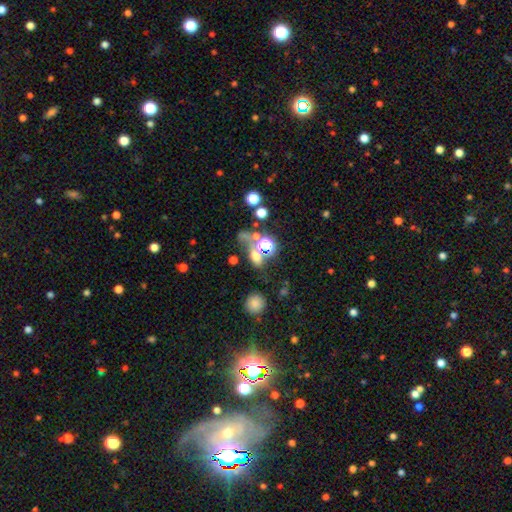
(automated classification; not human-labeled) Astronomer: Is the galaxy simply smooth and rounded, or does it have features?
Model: smooth — 51% (runner-up: star or artifact, 32%).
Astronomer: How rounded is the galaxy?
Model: in between — 49% (runner-up: round, 45%).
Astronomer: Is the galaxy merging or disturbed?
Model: none — 41% (runner-up: merger, 28%).